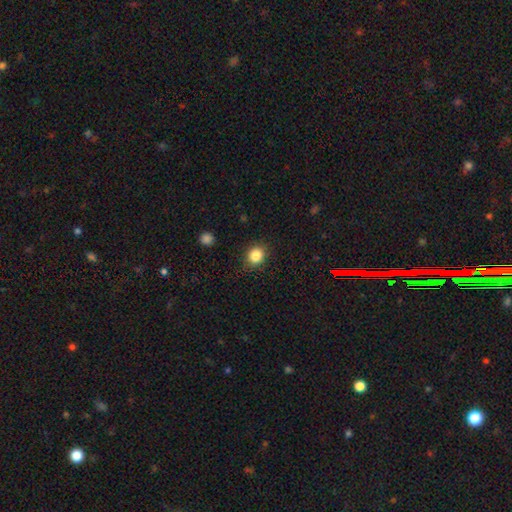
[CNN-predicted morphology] A smooth galaxy with no disk features (85%) that is round (73%).

Vote fractions:
- Smooth or featured? smooth: 85% / star or artifact: 10% / featured or disk: 4%
- How rounded? round: 73% / in between: 26% / cigar-shaped: 1%
- Merging? none: 87% / minor disturbance: 9% / major disturbance: 3% / merger: 1%